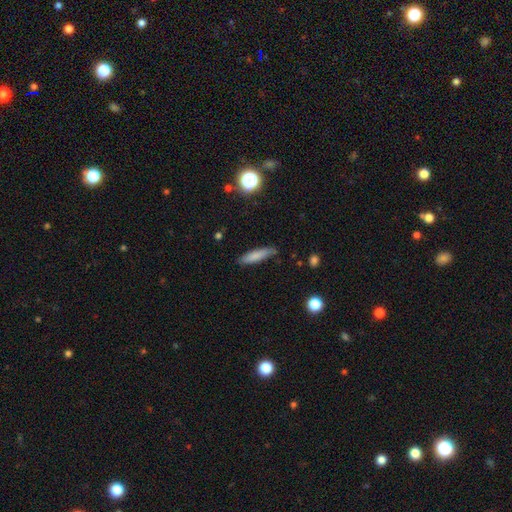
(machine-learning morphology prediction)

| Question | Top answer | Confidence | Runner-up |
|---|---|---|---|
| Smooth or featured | smooth | 80% | featured or disk (13%) |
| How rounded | cigar-shaped | 78% | in between (21%) |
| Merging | none | 80% | minor disturbance (16%) |